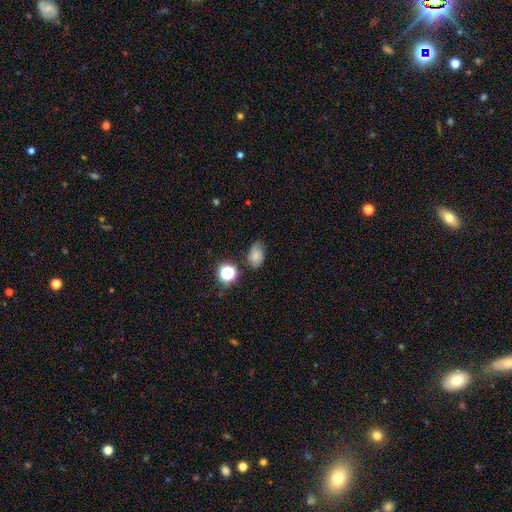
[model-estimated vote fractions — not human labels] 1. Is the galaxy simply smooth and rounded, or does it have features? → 73% smooth, 15% star or artifact, 12% featured or disk.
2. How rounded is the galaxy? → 79% in between, 19% round, 1% cigar-shaped.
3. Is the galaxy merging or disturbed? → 67% none, 24% minor disturbance, 5% major disturbance, 4% merger.